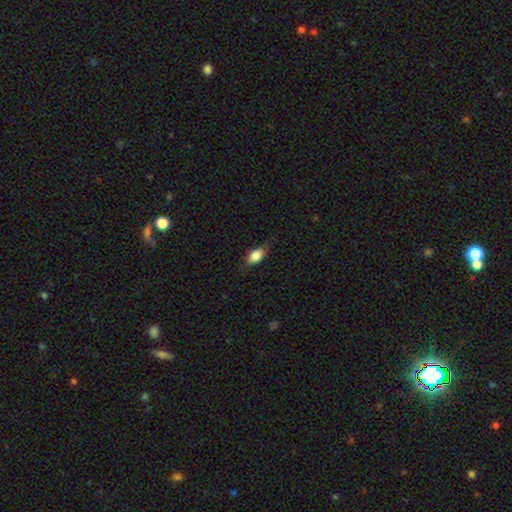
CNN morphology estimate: This appears to be a smooth galaxy with no disk features (76%) that is in between round and cigar-shaped (81%). Merging: none (68%).